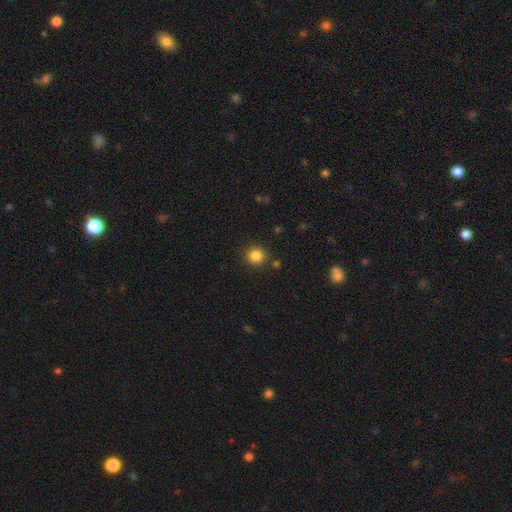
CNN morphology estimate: Overall: smooth (84%). How rounded: round (93%). Merging: none (87%).